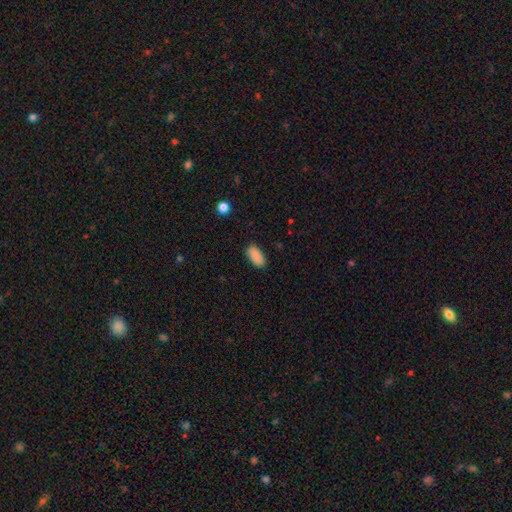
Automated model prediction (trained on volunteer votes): smooth_or_featured: smooth (p=0.89) [alt: star or artifact p=0.08]
how_rounded: in between (p=0.88) [alt: cigar-shaped p=0.09]
merging: none (p=0.84) [alt: minor disturbance p=0.12]